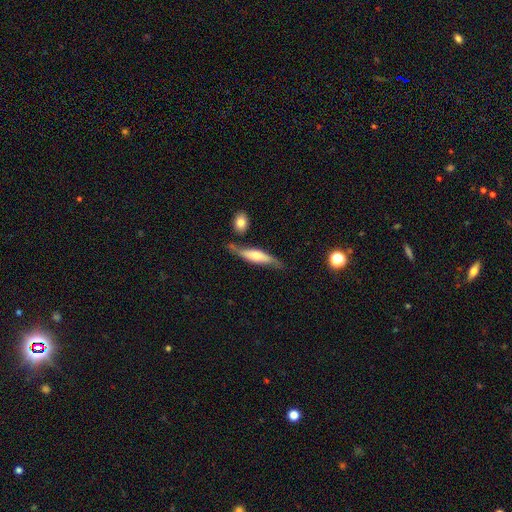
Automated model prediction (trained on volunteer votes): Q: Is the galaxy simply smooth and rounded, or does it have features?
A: featured or disk — 51%.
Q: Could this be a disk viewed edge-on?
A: yes — 76%.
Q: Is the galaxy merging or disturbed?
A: none — 66%.